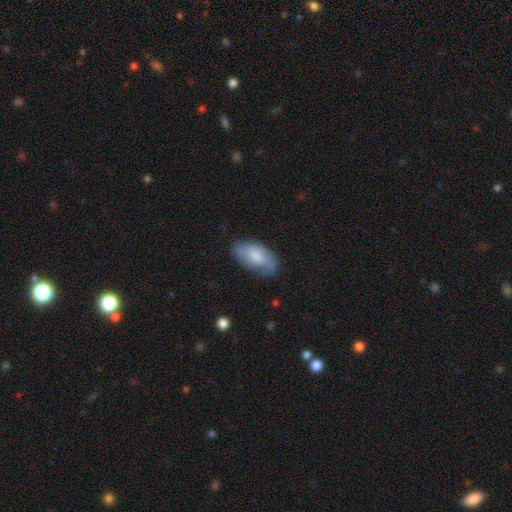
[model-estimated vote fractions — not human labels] smooth_or_featured: smooth (p=0.68) [alt: featured or disk p=0.26]
how_rounded: in between (p=0.94) [alt: cigar-shaped p=0.03]
merging: none (p=0.69) [alt: minor disturbance p=0.23]